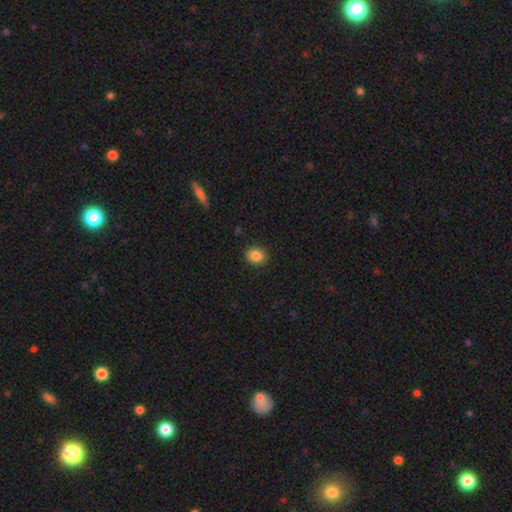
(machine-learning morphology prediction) type=smooth (86%); roundness=round (64%); merging=none (89%).